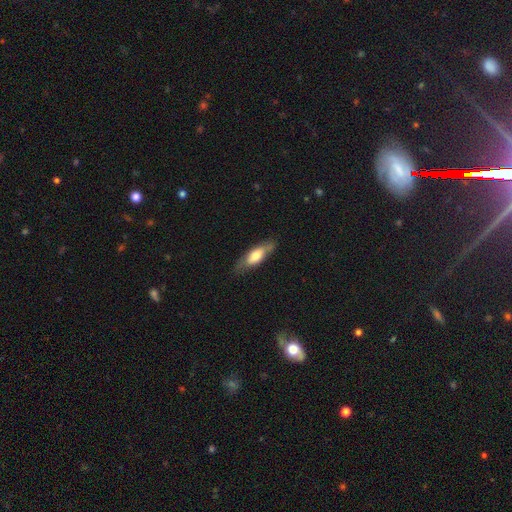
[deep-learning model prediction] A smooth galaxy with no disk features (56%) that is in between round and cigar-shaped (59%). Merging: none (76%).